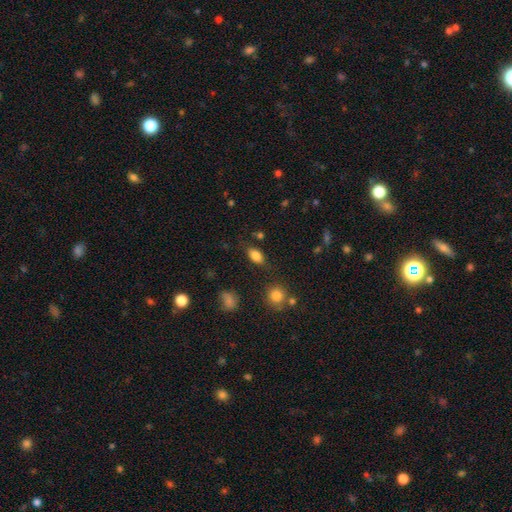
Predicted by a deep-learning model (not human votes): A smooth galaxy with no disk features (83%) that is in between round and cigar-shaped (89%). Merging: none (79%).